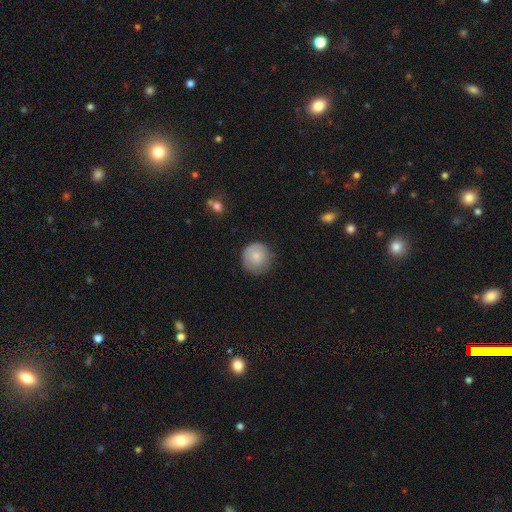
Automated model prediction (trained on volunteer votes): smooth_or_featured: smooth (p=0.81) [alt: featured or disk p=0.12]
how_rounded: round (p=0.93) [alt: in between p=0.06]
merging: none (p=0.77) [alt: minor disturbance p=0.18]